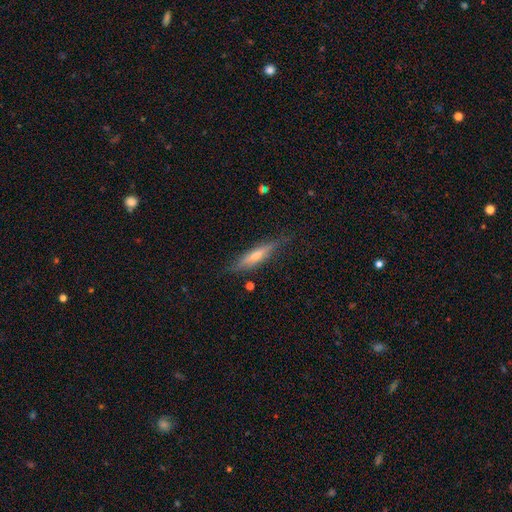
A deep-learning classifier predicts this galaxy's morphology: This is possibly a featured or disk galaxy (51%). It is clearly viewed edge-on (91%). Merging: likely none (80%).